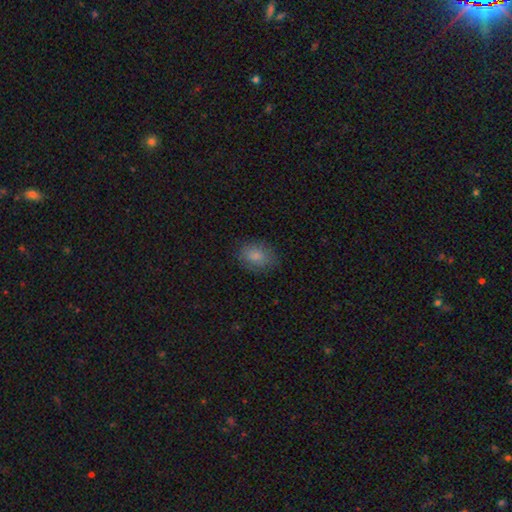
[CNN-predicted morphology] smooth 85%, star or artifact 9%, featured or disk 7%. Down the decision tree: how rounded — in between (72%); merging — none (80%).